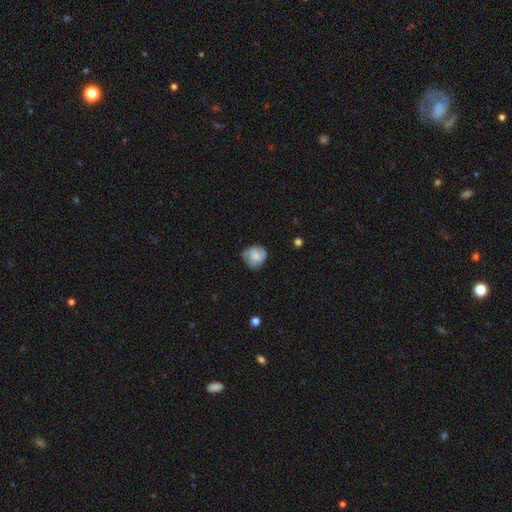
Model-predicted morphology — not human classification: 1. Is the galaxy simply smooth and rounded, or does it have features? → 58% smooth, 34% featured or disk, 7% star or artifact.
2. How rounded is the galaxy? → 79% round, 20% in between, 1% cigar-shaped.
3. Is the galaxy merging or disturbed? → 63% none, 28% minor disturbance, 8% major disturbance, 2% merger.